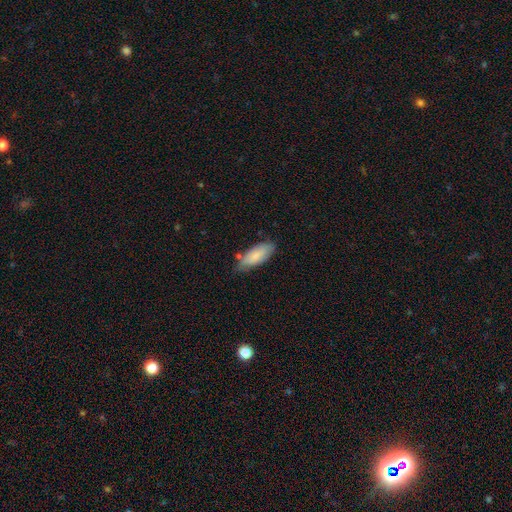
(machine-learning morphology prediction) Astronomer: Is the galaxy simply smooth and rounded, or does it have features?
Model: smooth — 83%.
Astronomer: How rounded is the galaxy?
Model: in between — 77%.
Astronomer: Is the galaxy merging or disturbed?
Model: none — 65%.